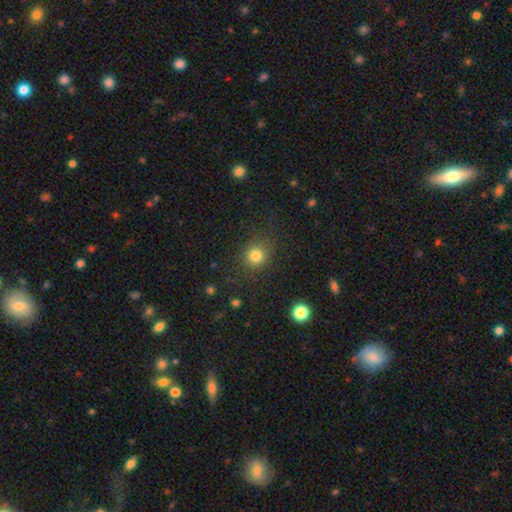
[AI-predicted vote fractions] smooth-or-featured: smooth: 80% | star or artifact: 14% | featured or disk: 6%
  how-rounded: round: 87% | in between: 12% | cigar-shaped: 1%
  merging: none: 85% | minor disturbance: 9% | major disturbance: 4% | merger: 2%